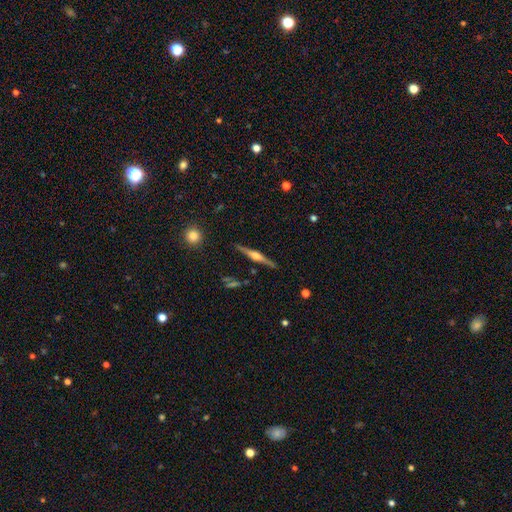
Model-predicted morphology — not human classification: A featured or disk galaxy (80%) viewed edge-on (98%) with a rounded central bulge (90%). Merging: none (89%).